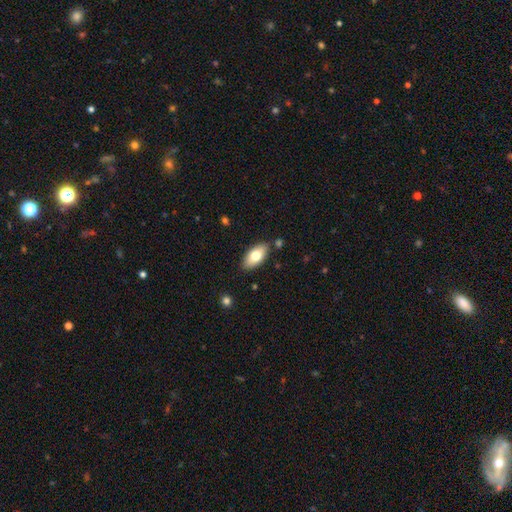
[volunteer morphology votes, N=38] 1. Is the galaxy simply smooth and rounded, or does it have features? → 74% smooth, 21% featured or disk, 5% star or artifact.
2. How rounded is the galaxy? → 100% in between, 0% round, 0% cigar-shaped.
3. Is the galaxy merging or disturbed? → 94% none, 6% minor disturbance, 0% major disturbance, 0% merger.